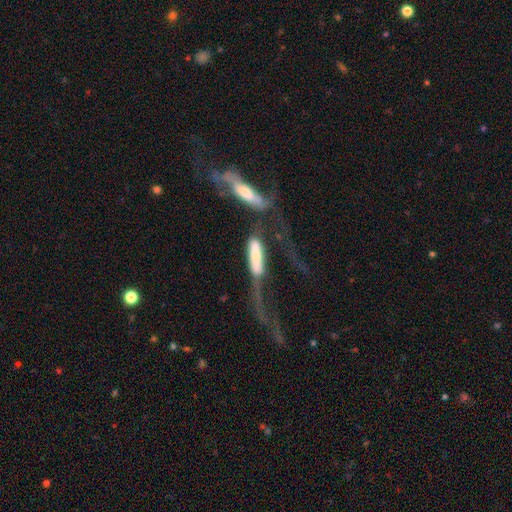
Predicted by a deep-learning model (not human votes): smooth 57%, featured or disk 36%, star or artifact 8%. Down the decision tree: how rounded — cigar-shaped (67%); merging — merger (45%).